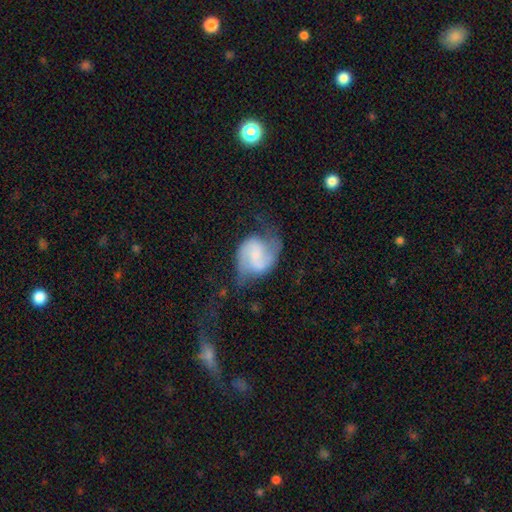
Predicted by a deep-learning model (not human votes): A featured or disk galaxy (75%) with a weak bar (45%), 2 (89%) medium (46%) spiral arms (93%) and a small central bulge (39%).

Vote fractions:
- Smooth or featured? featured or disk: 75% / smooth: 18% / star or artifact: 7%
- Edge-on disk? no: 98% / yes: 2%
- Bar? weak: 45% / no: 40% / strong: 15%
- Spiral arms? yes: 93% / no: 7%
- Spiral winding? medium: 46% / loose: 38% / tight: 16%
- Spiral arm count? 2: 89% / can't tell: 5% / 1: 3% / 3: 1% / 4: 1% / more than 4: 1%
- Bulge size? small: 39% / none: 30% / moderate: 22% / large: 6% / dominant: 2%
- Merging? none: 52% / minor disturbance: 26% / major disturbance: 19% / merger: 3%